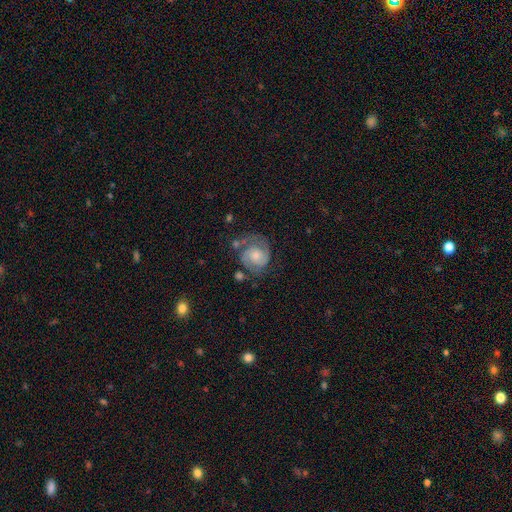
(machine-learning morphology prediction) Q: Smooth or featured?
A: featured or disk (77%); runner-up: smooth (17%)
Q: Edge-on disk?
A: no (98%); runner-up: yes (2%)
Q: Bar?
A: no (68%); runner-up: weak (28%)
Q: Spiral arms?
A: yes (94%); runner-up: no (6%)
Q: Spiral winding?
A: tight (45%); runner-up: medium (42%)
Q: Spiral arm count?
A: 2 (80%); runner-up: can't tell (9%)
Q: Bulge size?
A: moderate (44%); tied with: small (44%)
Q: Merging?
A: none (57%); runner-up: minor disturbance (23%)